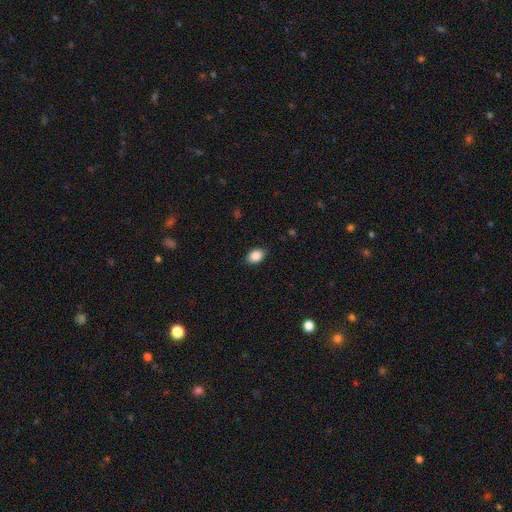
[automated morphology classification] Smooth or featured?
  - smooth: 87% *
  - star or artifact: 8%
  - featured or disk: 5%
How rounded?
  - in between: 79% *
  - round: 20%
  - cigar-shaped: 1%
Merging?
  - none: 86% *
  - minor disturbance: 11%
  - major disturbance: 2%
  - merger: 1%